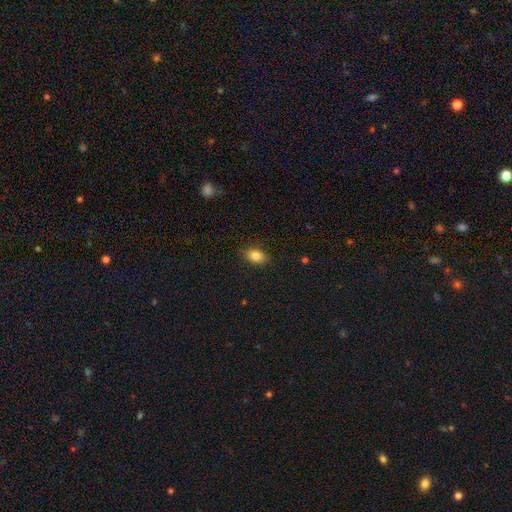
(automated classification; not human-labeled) Overall: smooth (83%). How rounded: in between (81%). Merging: none (84%).